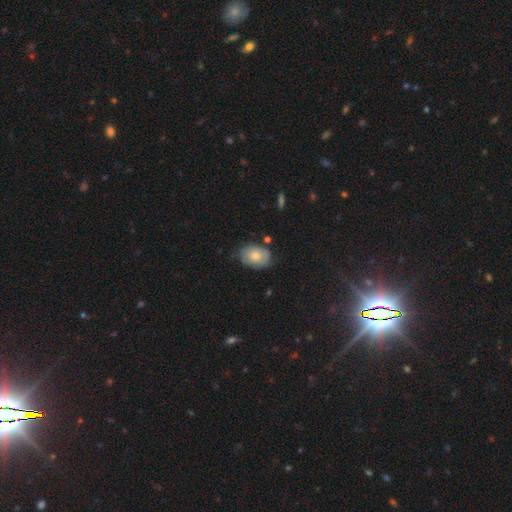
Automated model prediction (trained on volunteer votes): Morphology: type=smooth (73%); roundness=in between (79%); merging=none (67%).